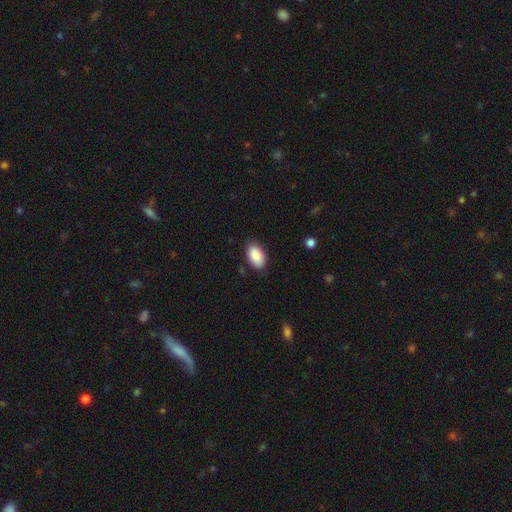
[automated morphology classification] A smooth galaxy with no disk features (89%) that is in between round and cigar-shaped (94%). Merging: none (86%).